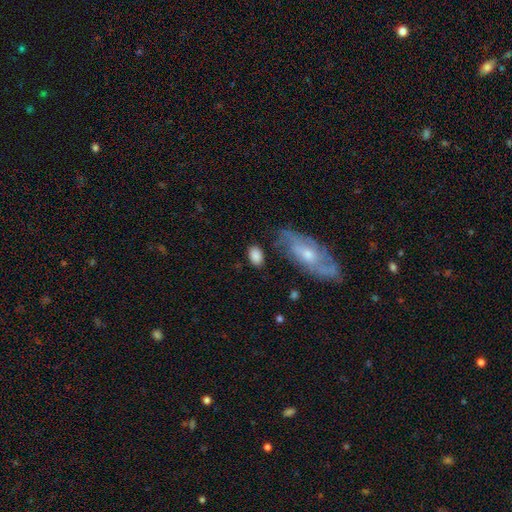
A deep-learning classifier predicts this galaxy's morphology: Smooth or featured? smooth (84%)
How rounded? in between (89%)
Merging? none (71%)